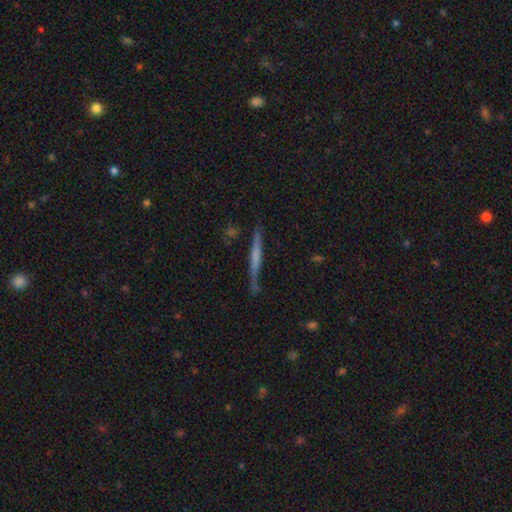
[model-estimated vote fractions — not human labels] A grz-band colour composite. It shows a featured or disk galaxy (53%) viewed edge-on (95%) with no central bulge (60%). Merging: none (75%).